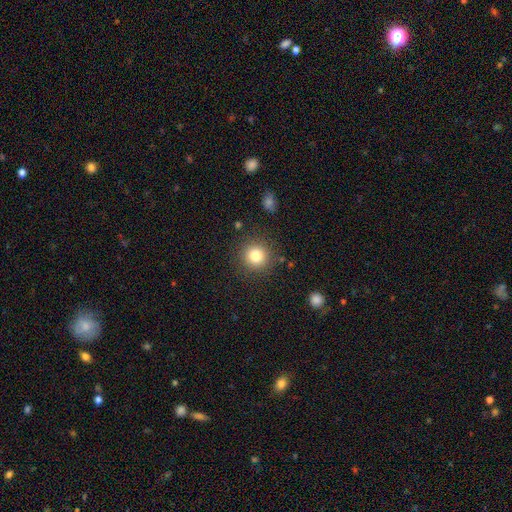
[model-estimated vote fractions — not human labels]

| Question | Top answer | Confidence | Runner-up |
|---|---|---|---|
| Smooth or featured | smooth | 82% | star or artifact (11%) |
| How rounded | round | 93% | in between (6%) |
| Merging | none | 88% | minor disturbance (7%) |